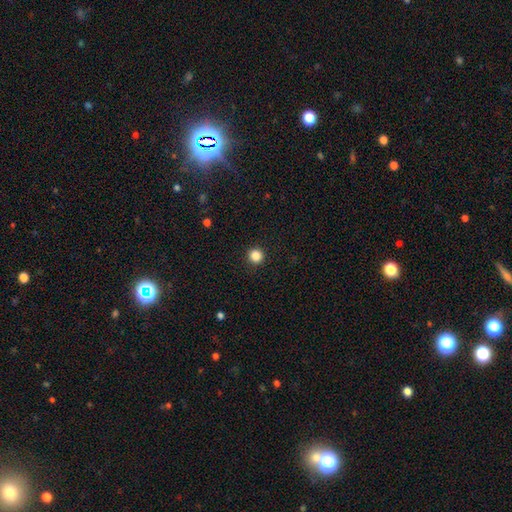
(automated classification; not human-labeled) smooth 85%, star or artifact 12%, featured or disk 3%. Down the decision tree: how rounded — round (95%); merging — none (93%).